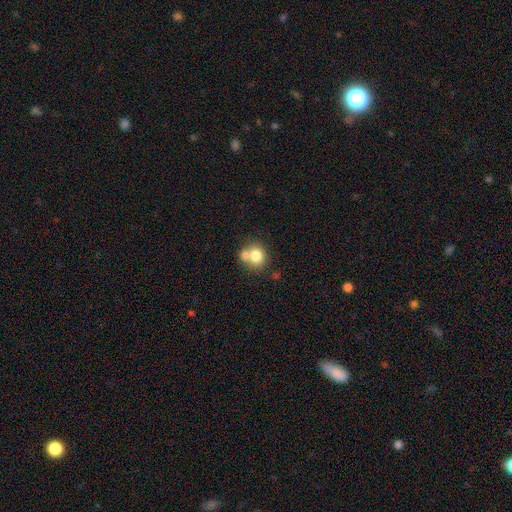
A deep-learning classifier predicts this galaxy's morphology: Smooth or featured? Predicted: smooth (p=0.76). How rounded? Predicted: round (p=0.74). Merging? Predicted: merger (p=0.44).